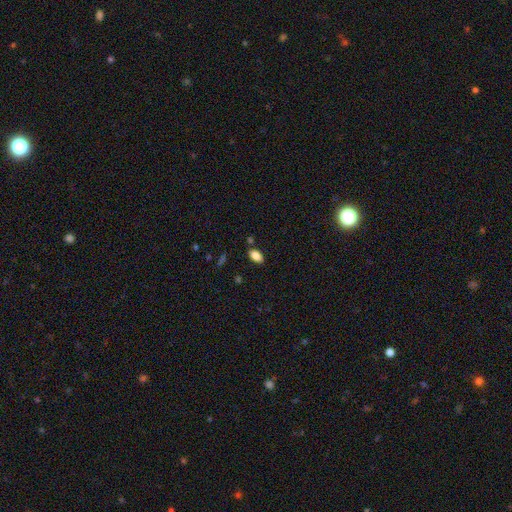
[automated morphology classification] Q: Smooth or featured?
A: smooth (86%); runner-up: star or artifact (9%)
Q: How rounded?
A: in between (92%); runner-up: round (5%)
Q: Merging?
A: none (83%); runner-up: minor disturbance (11%)